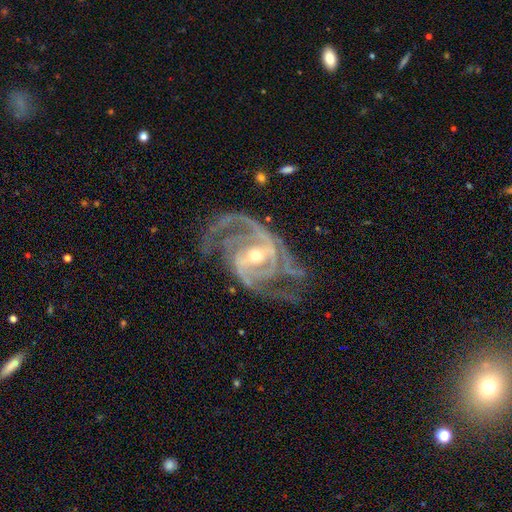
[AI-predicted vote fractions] A featured or disk galaxy (93%) with a weak bar (41%), 2 (38%) medium (49%) spiral arms (98%) and a small central bulge (49%).

Vote fractions:
- Smooth or featured? featured or disk: 93% / star or artifact: 5% / smooth: 2%
- Edge-on disk? no: 97% / yes: 3%
- Bar? weak: 41% / strong: 35% / no: 24%
- Spiral arms? yes: 98% / no: 2%
- Spiral winding? medium: 49% / tight: 39% / loose: 12%
- Spiral arm count? 2: 38% / 3: 30% / can't tell: 11% / 4: 10% / more than 4: 6% / 1: 5%
- Bulge size? small: 49% / moderate: 47% / large: 2% / none: 1% / dominant: 1%
- Merging? none: 62% / minor disturbance: 20% / major disturbance: 17% / merger: 2%